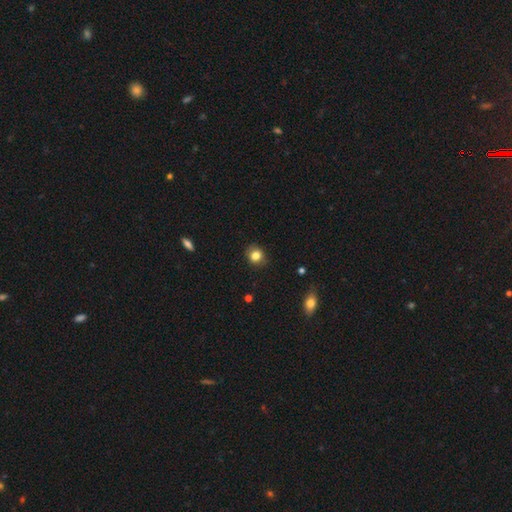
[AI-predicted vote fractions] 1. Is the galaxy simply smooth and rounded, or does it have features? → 82% smooth, 11% star or artifact, 7% featured or disk.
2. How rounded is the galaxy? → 76% round, 23% in between, 1% cigar-shaped.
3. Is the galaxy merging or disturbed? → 84% none, 12% minor disturbance, 2% major disturbance, 1% merger.